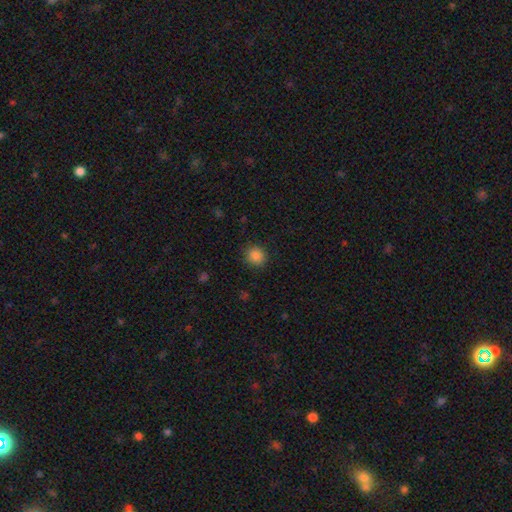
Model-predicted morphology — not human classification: smooth 86%, star or artifact 10%, featured or disk 3%. Down the decision tree: how rounded — round (86%); merging — none (89%).